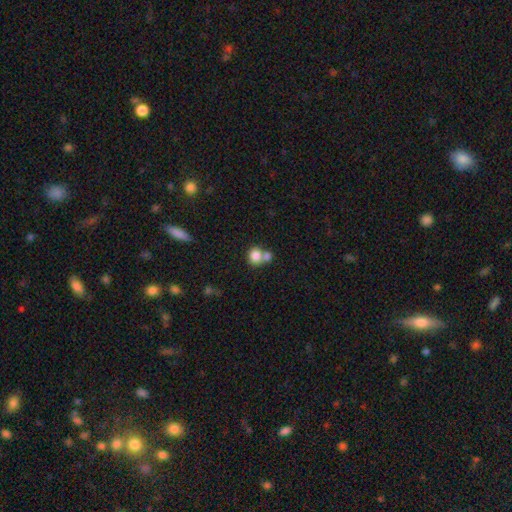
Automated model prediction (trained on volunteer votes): Smooth or featured?
  - smooth: 82% *
  - featured or disk: 9%
  - star or artifact: 9%
How rounded?
  - round: 78% *
  - in between: 21%
  - cigar-shaped: 1%
Merging?
  - merger: 45% *
  - none: 43%
  - minor disturbance: 8%
  - major disturbance: 3%